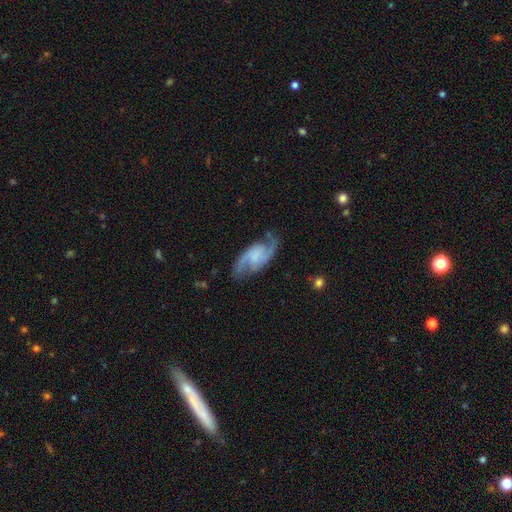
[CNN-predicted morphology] Smooth or featured?
  - featured or disk: 88% *
  - smooth: 7%
  - star or artifact: 5%
Edge-on disk?
  - no: 97% *
  - yes: 3%
Bar?
  - no: 44% *
  - weak: 42%
  - strong: 13%
Spiral arms?
  - yes: 97% *
  - no: 3%
Spiral winding?
  - medium: 51% *
  - loose: 35%
  - tight: 14%
Spiral arm count?
  - 2: 92% *
  - can't tell: 2%
  - 3: 2%
  - 1: 1%
  - 4: 1%
  - more than 4: 1%
Bulge size?
  - none: 52% *
  - small: 26%
  - moderate: 15%
  - large: 6%
  - dominant: 1%
Merging?
  - none: 77% *
  - minor disturbance: 15%
  - major disturbance: 7%
  - merger: 2%